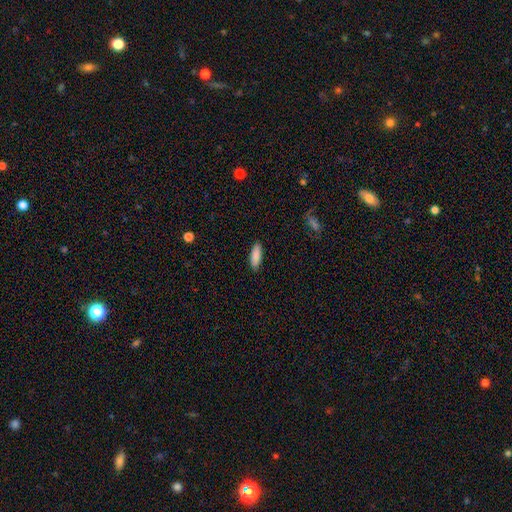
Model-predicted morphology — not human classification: A smooth galaxy with no disk features (89%) that is in between round and cigar-shaped (63%).

Vote fractions:
- Smooth or featured? smooth: 89% / star or artifact: 6% / featured or disk: 5%
- How rounded? in between: 63% / cigar-shaped: 35% / round: 2%
- Merging? none: 88% / minor disturbance: 9% / major disturbance: 2% / merger: 1%